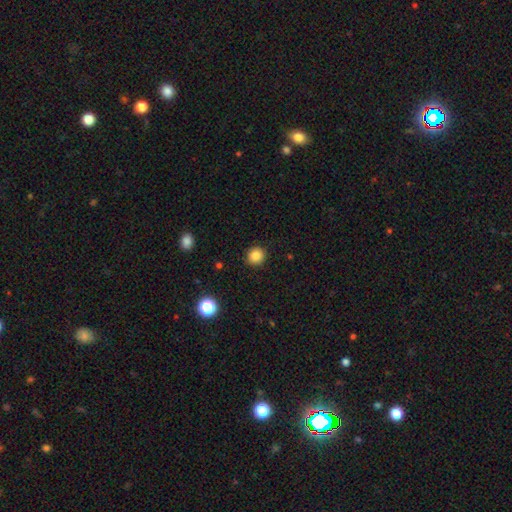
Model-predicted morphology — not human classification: Smooth or featured? smooth (85%)
How rounded? round (90%)
Merging? none (91%)